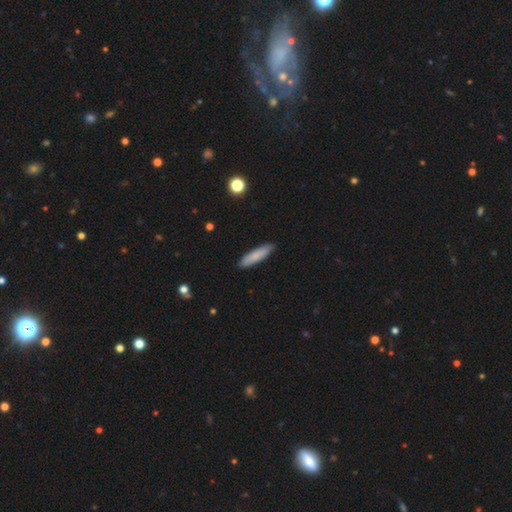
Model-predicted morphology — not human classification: The model was most divided on "how rounded": cigar-shaped: 78%, in between: 21%, round: 1%. More confident: merging — none (89%); smooth or featured — smooth (83%).